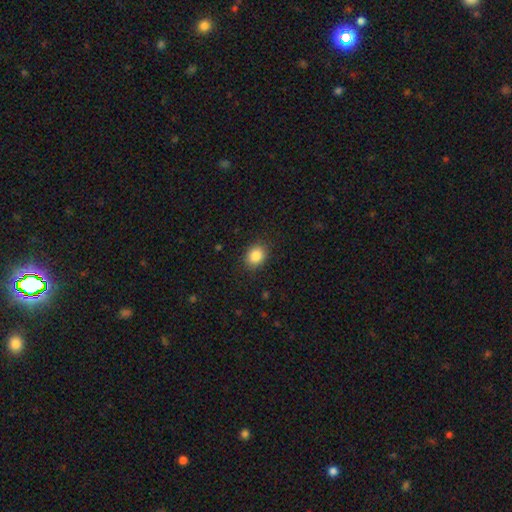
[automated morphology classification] Smooth or featured? Predicted: smooth (p=0.86). How rounded? Predicted: in between (p=0.53). Merging? Predicted: none (p=0.88).